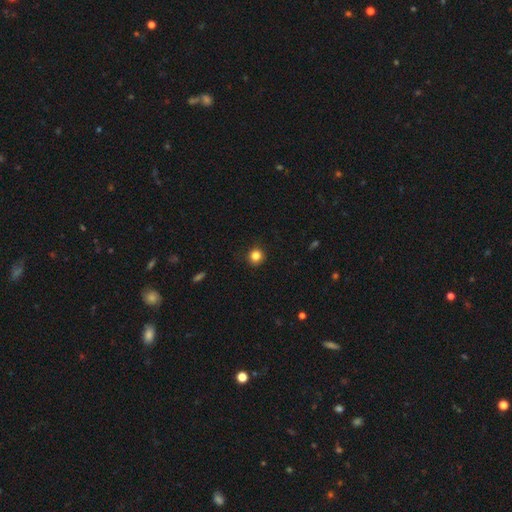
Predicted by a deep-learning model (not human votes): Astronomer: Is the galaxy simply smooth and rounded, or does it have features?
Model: smooth — 83%.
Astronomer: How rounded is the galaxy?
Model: round — 93%.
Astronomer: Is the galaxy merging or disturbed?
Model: none — 90%.